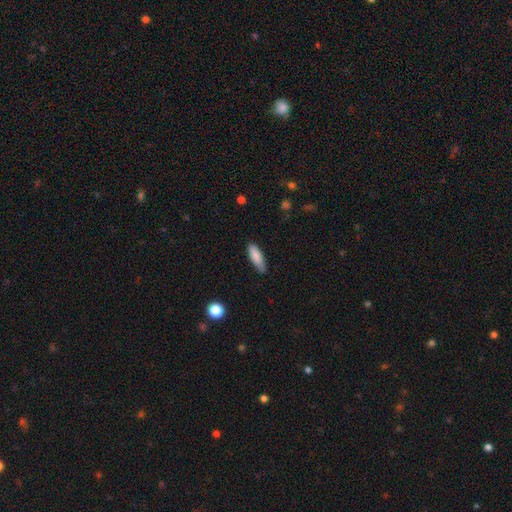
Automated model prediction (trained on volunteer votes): Overall: smooth (86%). How rounded: in between (55%; cigar-shaped 43%). Merging: none (73%).